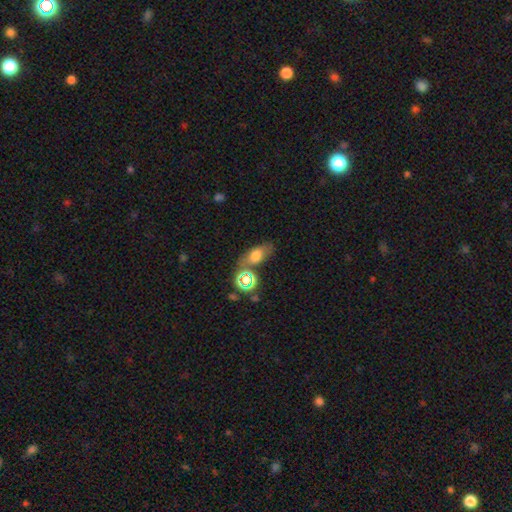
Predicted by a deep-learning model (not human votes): The model was most divided on "smooth or featured": smooth: 62%, featured or disk: 21%, star or artifact: 17%. More confident: how rounded — in between (75%); merging — none (61%).